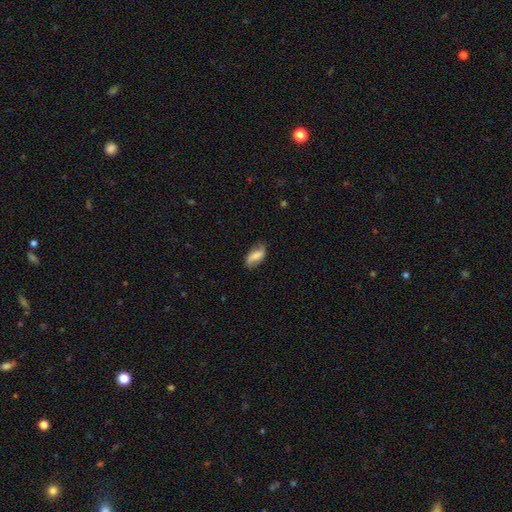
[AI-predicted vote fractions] smooth-or-featured: smooth: 51% | featured or disk: 40% | star or artifact: 9%
  how-rounded: in between: 85% | cigar-shaped: 10% | round: 5%
  merging: none: 71% | minor disturbance: 22% | major disturbance: 6% | merger: 2%